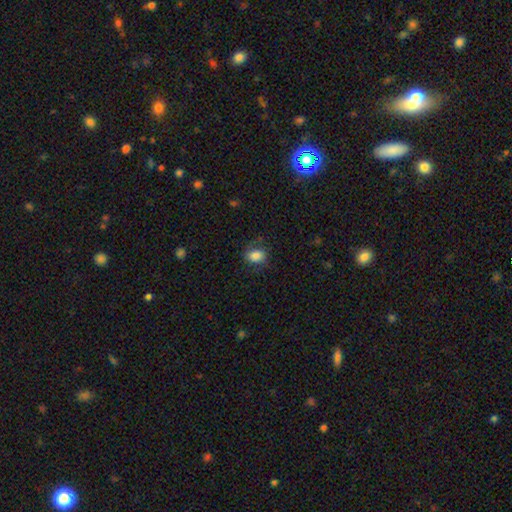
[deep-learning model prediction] This is likely a smooth galaxy (80%). How rounded: likely in between (64%). Merging: likely none (70%).